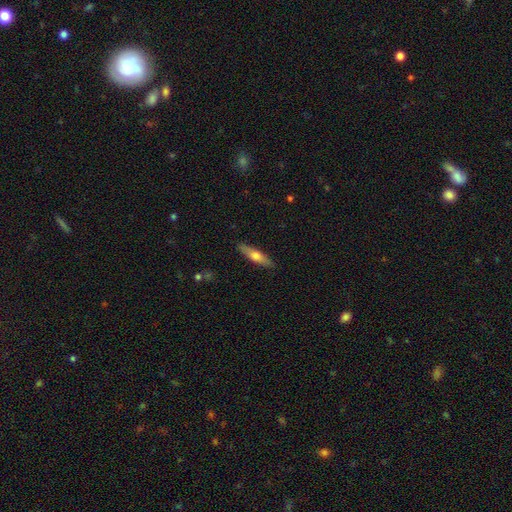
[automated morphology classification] smooth-or-featured: smooth: 56% | featured or disk: 38% | star or artifact: 6%
  how-rounded: cigar-shaped: 74% | in between: 24% | round: 2%
  merging: none: 88% | minor disturbance: 9% | major disturbance: 2% | merger: 1%